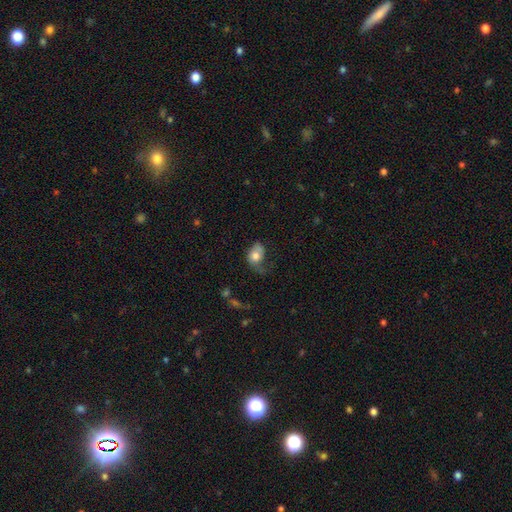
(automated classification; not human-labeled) Smooth or featured?
  - smooth: 71% *
  - featured or disk: 20%
  - star or artifact: 8%
How rounded?
  - in between: 68% *
  - round: 31%
  - cigar-shaped: 1%
Merging?
  - major disturbance: 34% *
  - minor disturbance: 33%
  - none: 30%
  - merger: 4%